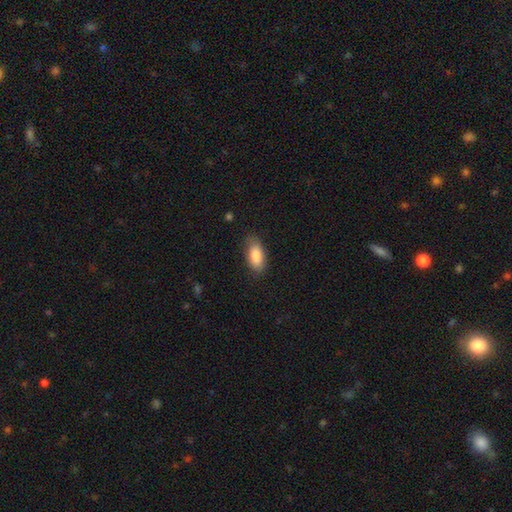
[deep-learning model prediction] A smooth galaxy with no disk features (86%) that is in between round and cigar-shaped (88%).

Vote fractions:
- Smooth or featured? smooth: 86% / featured or disk: 7% / star or artifact: 6%
- How rounded? in between: 88% / cigar-shaped: 9% / round: 3%
- Merging? none: 80% / minor disturbance: 15% / major disturbance: 3% / merger: 1%